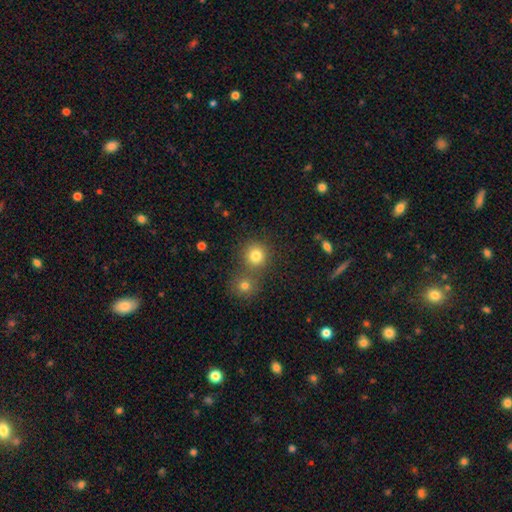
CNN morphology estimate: smooth 80%, star or artifact 14%, featured or disk 7%. Down the decision tree: how rounded — round (90%); merging — none (62%).